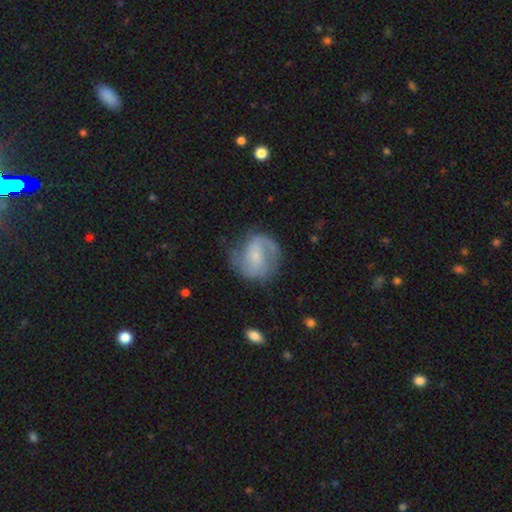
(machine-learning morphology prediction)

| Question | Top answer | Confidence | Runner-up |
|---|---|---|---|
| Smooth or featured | featured or disk | 73% | smooth (21%) |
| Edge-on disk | no | 98% | yes (2%) |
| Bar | weak | 44% | no (42%) |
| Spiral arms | yes | 92% | no (8%) |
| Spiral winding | medium | 46% | loose (33%) |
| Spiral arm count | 2 | 75% | can't tell (10%) |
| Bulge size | small | 66% | moderate (21%) |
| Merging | none | 67% | minor disturbance (20%) |